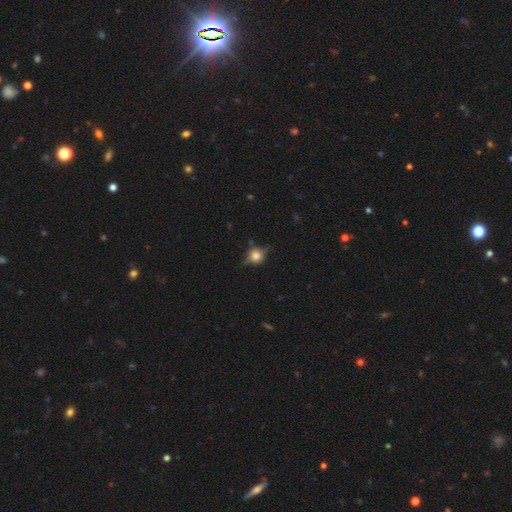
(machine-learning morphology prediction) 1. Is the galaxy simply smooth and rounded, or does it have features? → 45% featured or disk, 42% smooth, 13% star or artifact.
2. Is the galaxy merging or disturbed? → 73% none, 19% minor disturbance, 6% major disturbance, 2% merger.